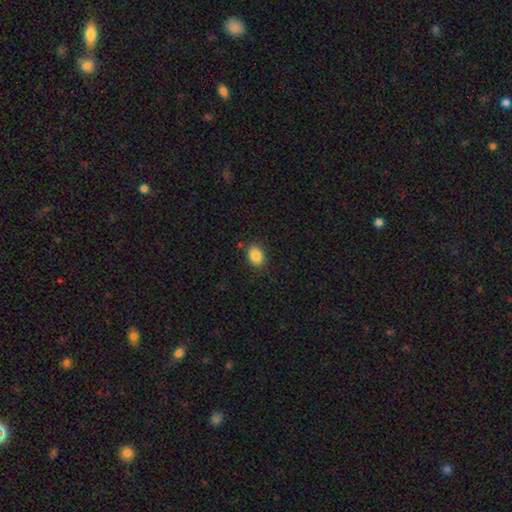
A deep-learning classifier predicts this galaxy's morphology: Overall: smooth (86%). How rounded: in between (67%; round 32%). Merging: none (82%).